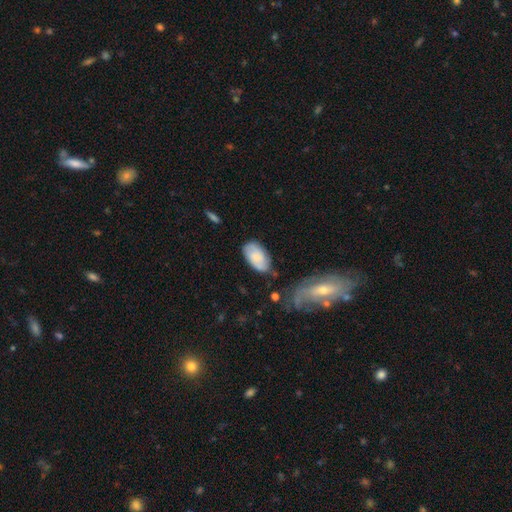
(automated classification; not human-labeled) Smooth or featured? Predicted: smooth (p=0.66). How rounded? Predicted: in between (p=0.94). Merging? Predicted: none (p=0.68).